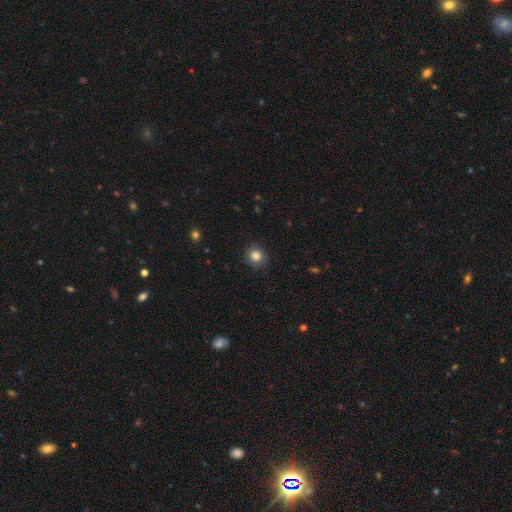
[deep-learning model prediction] Smooth or featured? smooth (84%)
How rounded? round (86%)
Merging? none (87%)